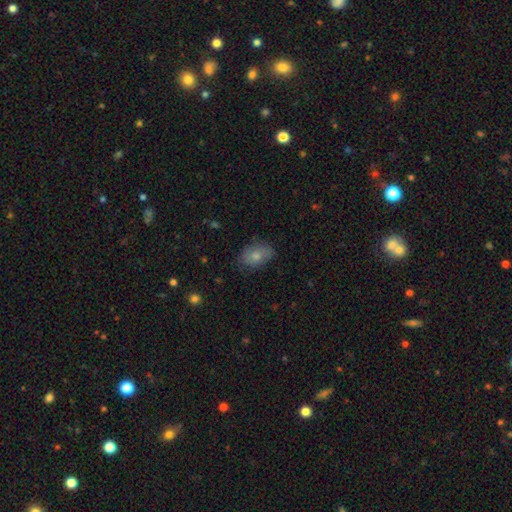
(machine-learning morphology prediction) smooth_or_featured: smooth (p=0.78) [alt: featured or disk p=0.14]
how_rounded: in between (p=0.86) [alt: round p=0.13]
merging: none (p=0.72) [alt: minor disturbance p=0.22]